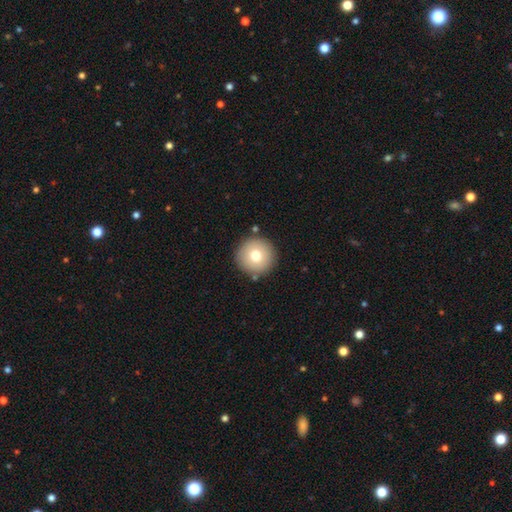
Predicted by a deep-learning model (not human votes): Smooth or featured? Predicted: smooth (p=0.73). How rounded? Predicted: round (p=0.96). Merging? Predicted: none (p=0.87).